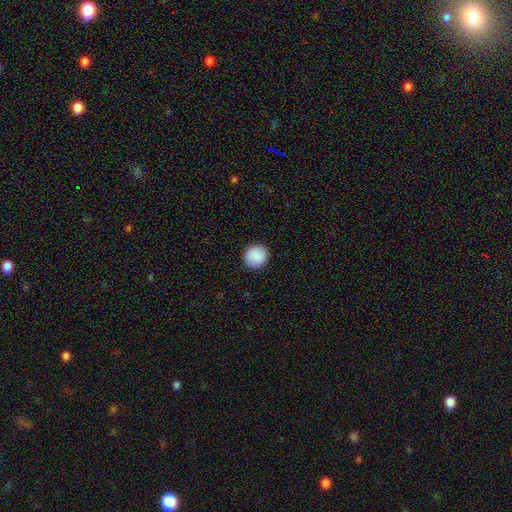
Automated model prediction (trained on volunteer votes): smooth 90%, star or artifact 7%, featured or disk 3%. Down the decision tree: how rounded — round (93%); merging — none (92%).